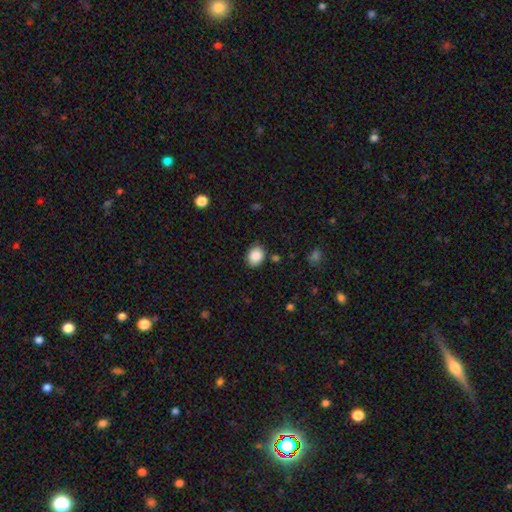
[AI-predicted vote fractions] Smooth or featured?
  - smooth: 88% *
  - star or artifact: 8%
  - featured or disk: 4%
How rounded?
  - in between: 54% *
  - round: 46%
  - cigar-shaped: 1%
Merging?
  - none: 82% *
  - minor disturbance: 13%
  - major disturbance: 3%
  - merger: 3%